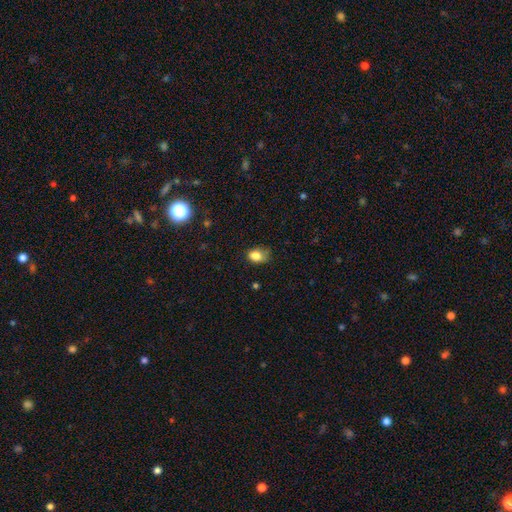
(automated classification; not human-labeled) Smooth or featured?
  - smooth: 81% *
  - star or artifact: 10%
  - featured or disk: 8%
How rounded?
  - in between: 64% *
  - round: 35%
  - cigar-shaped: 1%
Merging?
  - none: 47% *
  - minor disturbance: 38%
  - major disturbance: 13%
  - merger: 2%